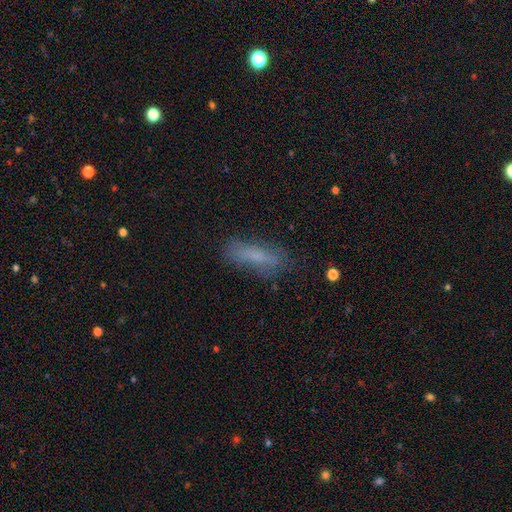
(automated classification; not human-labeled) Smooth or featured?
  - smooth: 66% *
  - featured or disk: 23%
  - star or artifact: 11%
How rounded?
  - cigar-shaped: 62% *
  - in between: 36%
  - round: 2%
Merging?
  - none: 70% *
  - minor disturbance: 20%
  - major disturbance: 8%
  - merger: 2%